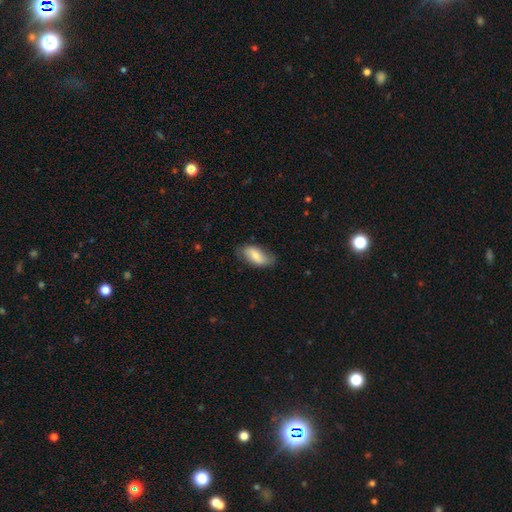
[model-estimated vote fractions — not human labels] smooth_or_featured: smooth (p=0.66) [alt: featured or disk p=0.27]
how_rounded: in between (p=0.90) [alt: cigar-shaped p=0.07]
merging: none (p=0.71) [alt: minor disturbance p=0.22]